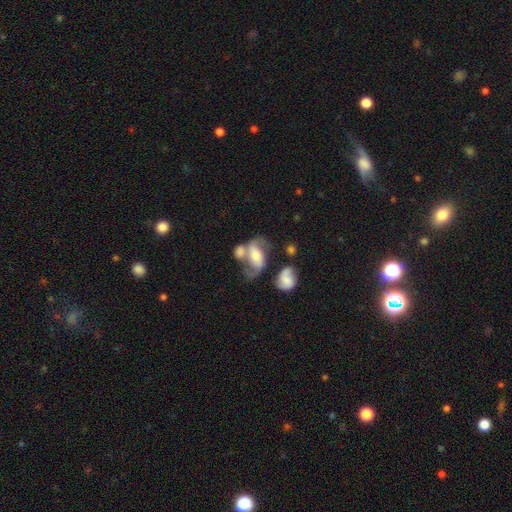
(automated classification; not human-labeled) This appears to be a featured or disk galaxy (62%) with no bar (38%), spiral arms (77%) and a moderate central bulge (50%). Merging: merger (38%).